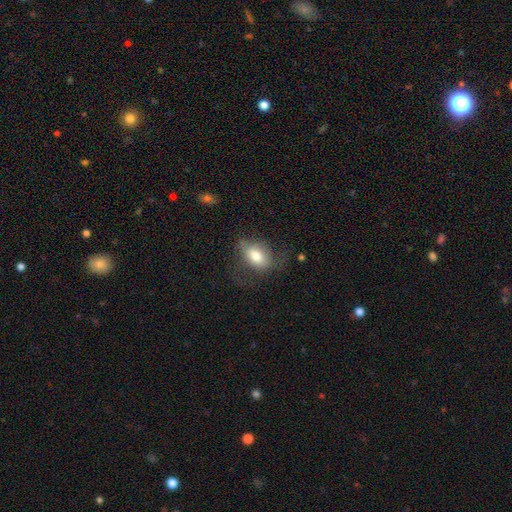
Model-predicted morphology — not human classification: This is likely a smooth galaxy (69%). How rounded: clearly in between (82%). Merging: possibly none (46%).